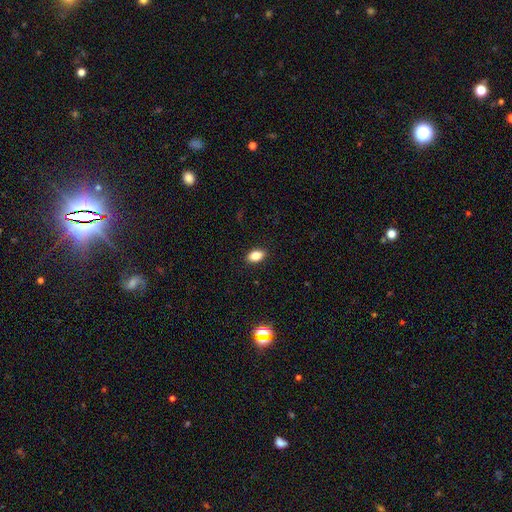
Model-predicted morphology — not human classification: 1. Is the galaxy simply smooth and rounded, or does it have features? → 86% smooth, 9% star or artifact, 6% featured or disk.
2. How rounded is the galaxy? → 88% in between, 9% round, 2% cigar-shaped.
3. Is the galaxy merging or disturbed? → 90% none, 8% minor disturbance, 2% major disturbance, 1% merger.